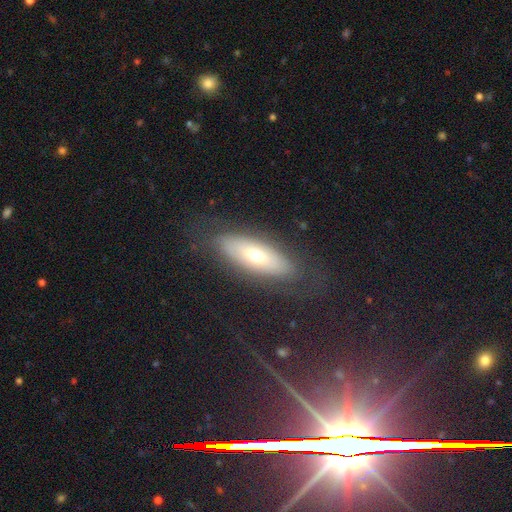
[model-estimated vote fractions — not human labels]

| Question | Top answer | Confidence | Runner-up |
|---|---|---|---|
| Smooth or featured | smooth | 48% | featured or disk (42%) |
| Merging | none | 79% | minor disturbance (13%) |